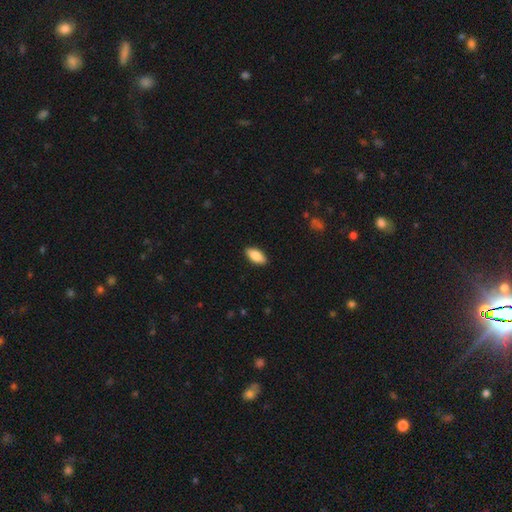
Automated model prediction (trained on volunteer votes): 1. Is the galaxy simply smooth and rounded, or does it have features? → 84% smooth, 9% featured or disk, 6% star or artifact.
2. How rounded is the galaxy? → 89% in between, 8% cigar-shaped, 2% round.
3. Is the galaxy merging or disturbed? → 89% none, 8% minor disturbance, 2% major disturbance, 1% merger.